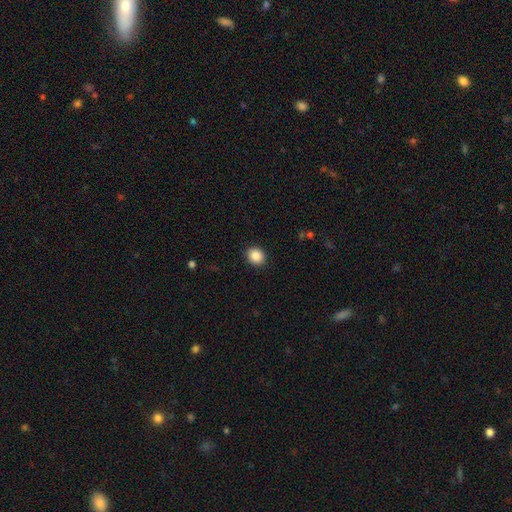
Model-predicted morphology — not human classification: Q: Smooth or featured?
A: smooth (88%); runner-up: star or artifact (9%)
Q: How rounded?
A: round (76%); runner-up: in between (23%)
Q: Merging?
A: none (92%); runner-up: minor disturbance (5%)